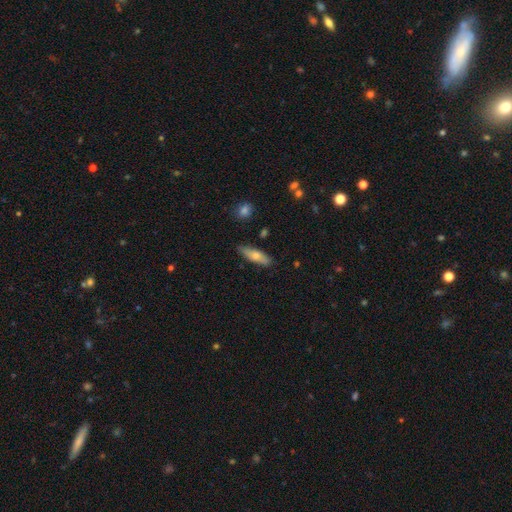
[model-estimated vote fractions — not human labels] smooth_or_featured: smooth (p=0.66) [alt: featured or disk p=0.28]
how_rounded: cigar-shaped (p=0.57) [alt: in between p=0.41]
merging: none (p=0.82) [alt: minor disturbance p=0.13]